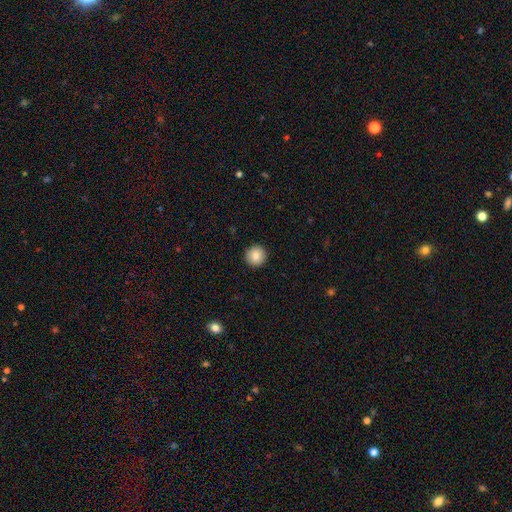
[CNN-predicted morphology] type=smooth (86%); roundness=round (94%); merging=none (93%).